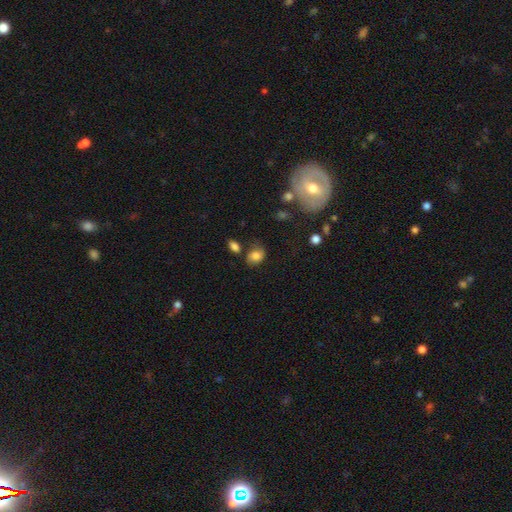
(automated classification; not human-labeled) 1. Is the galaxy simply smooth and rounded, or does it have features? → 78% smooth, 12% featured or disk, 10% star or artifact.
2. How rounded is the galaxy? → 63% in between, 36% round, 1% cigar-shaped.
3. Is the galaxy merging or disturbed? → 58% none, 23% minor disturbance, 10% merger, 9% major disturbance.